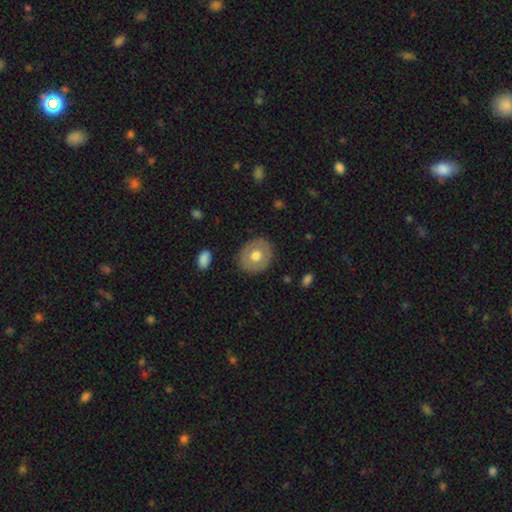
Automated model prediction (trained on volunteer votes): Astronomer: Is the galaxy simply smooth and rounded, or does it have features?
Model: smooth — 58% (runner-up: featured or disk, 36%).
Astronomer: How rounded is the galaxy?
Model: round — 71%.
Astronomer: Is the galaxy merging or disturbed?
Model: none — 86%.